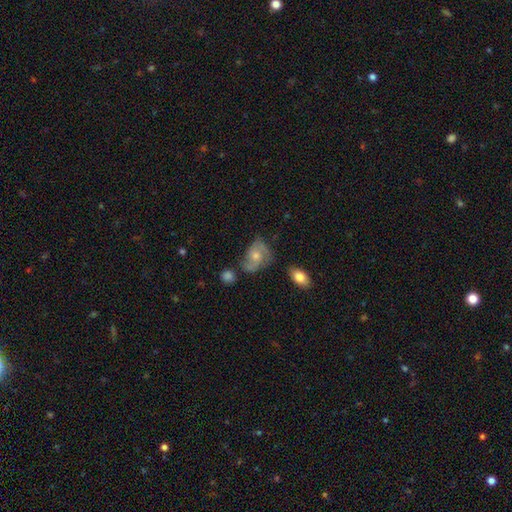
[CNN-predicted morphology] Smooth or featured: featured or disk — 68% (smooth — 22%)
Edge-on disk: no — 97% (yes — 3%)
Bar: no — 72% (weak — 24%)
Spiral arms: yes — 89% (no — 11%)
Spiral winding: medium — 47% (tight — 32%)
Spiral arm count: 2 — 56% (3 — 18%)
Bulge size: moderate — 59% (small — 32%)
Merging: none — 56% (minor disturbance — 24%)